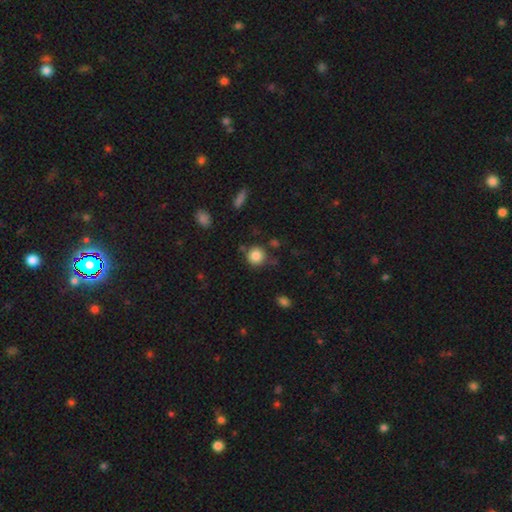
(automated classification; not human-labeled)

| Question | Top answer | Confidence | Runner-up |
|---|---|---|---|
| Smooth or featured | smooth | 85% | star or artifact (10%) |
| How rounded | round | 91% | in between (8%) |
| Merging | none | 77% | minor disturbance (13%) |